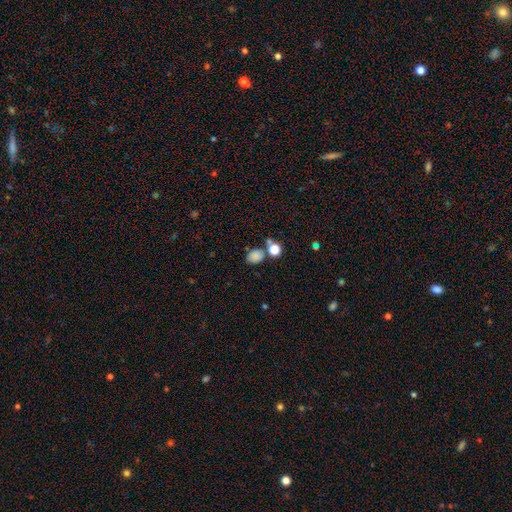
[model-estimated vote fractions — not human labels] smooth-or-featured: smooth: 81% | star or artifact: 13% | featured or disk: 6%
  how-rounded: in between: 59% | round: 39% | cigar-shaped: 1%
  merging: none: 61% | merger: 18% | minor disturbance: 15% | major disturbance: 6%